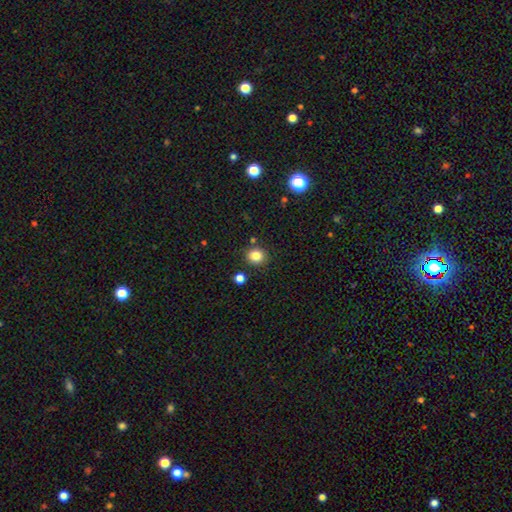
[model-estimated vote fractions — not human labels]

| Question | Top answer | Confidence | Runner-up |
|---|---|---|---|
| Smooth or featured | smooth | 83% | star or artifact (12%) |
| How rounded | round | 82% | in between (17%) |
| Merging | none | 85% | minor disturbance (8%) |